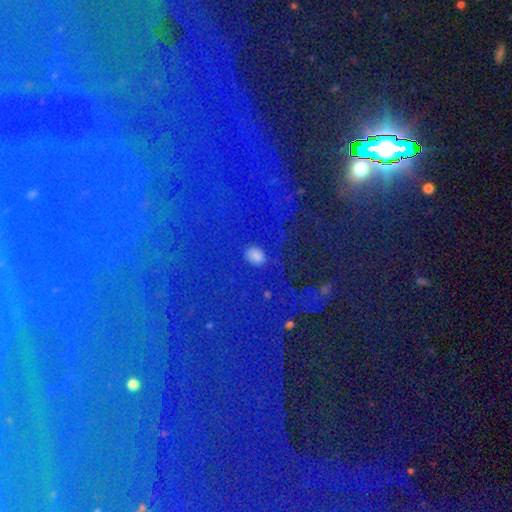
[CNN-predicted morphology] smooth 44%, star or artifact 43%, featured or disk 13%. Down the decision tree: merging — none (70%).